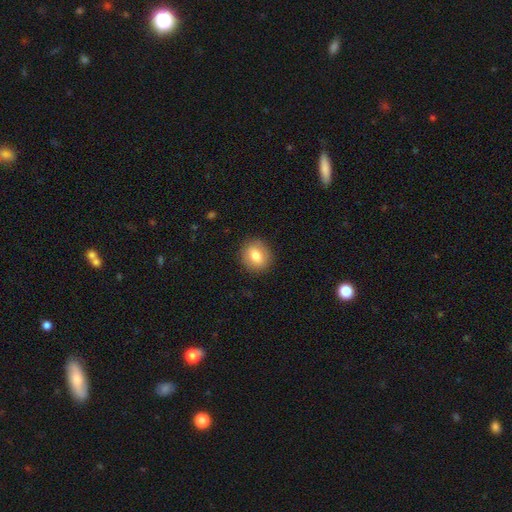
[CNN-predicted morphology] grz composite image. It shows a smooth galaxy with no disk features (77%) that is round (68%). Merging: none (88%).